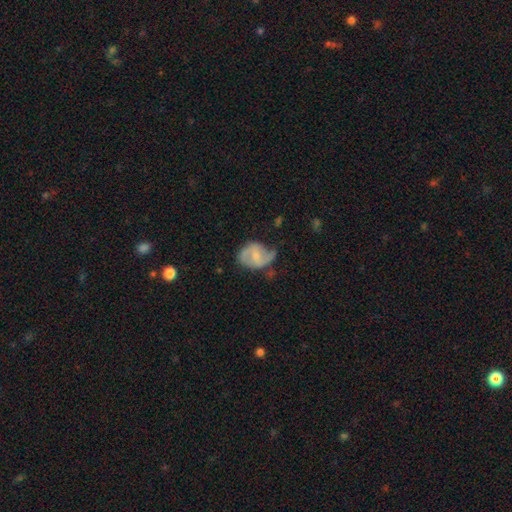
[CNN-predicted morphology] smooth-or-featured: featured or disk: 62% | smooth: 31% | star or artifact: 7%
  disk-edge-on: no: 97% | yes: 3%
    bar: weak: 50% | no: 33% | strong: 17%
    has-spiral-arms: yes: 81% | no: 19%
    bulge-size: small: 55% | moderate: 33% | none: 10% | large: 2% | dominant: 1%
  merging: none: 44% | minor disturbance: 34% | major disturbance: 18% | merger: 3%